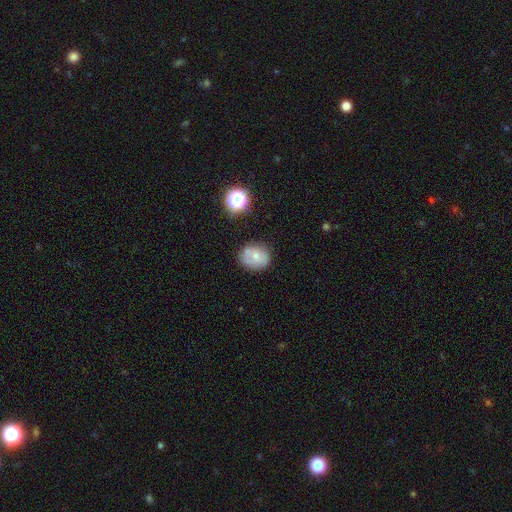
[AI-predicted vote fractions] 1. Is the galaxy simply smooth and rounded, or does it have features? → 57% smooth, 32% featured or disk, 12% star or artifact.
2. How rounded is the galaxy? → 70% round, 29% in between, 1% cigar-shaped.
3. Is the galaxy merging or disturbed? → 66% none, 22% minor disturbance, 7% major disturbance, 5% merger.